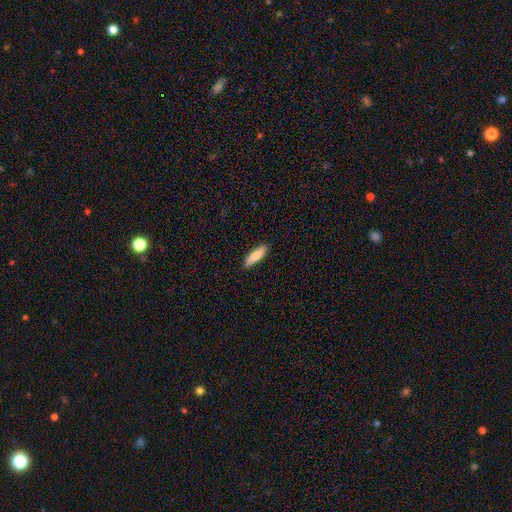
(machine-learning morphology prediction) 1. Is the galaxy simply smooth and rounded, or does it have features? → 84% smooth, 10% featured or disk, 5% star or artifact.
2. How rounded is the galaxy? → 57% cigar-shaped, 41% in between, 2% round.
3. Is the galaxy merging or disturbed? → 88% none, 9% minor disturbance, 2% major disturbance, 1% merger.